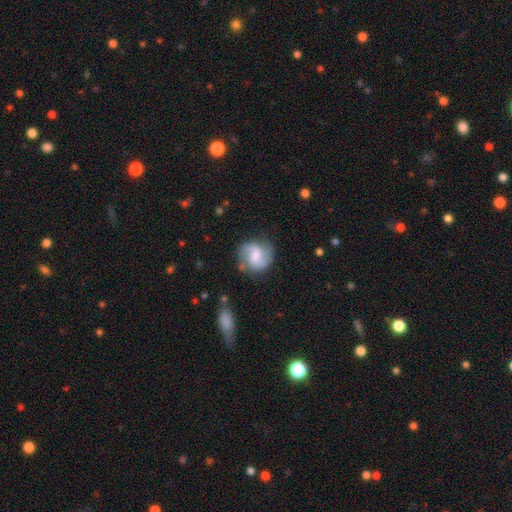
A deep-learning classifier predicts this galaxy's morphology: smooth-or-featured: featured or disk: 69% | smooth: 25% | star or artifact: 6%
  disk-edge-on: no: 98% | yes: 2%
    bar: weak: 55% | no: 28% | strong: 17%
    has-spiral-arms: yes: 93% | no: 7%
      spiral-winding: medium: 48% | loose: 36% | tight: 16%
      spiral-arm-count: 2: 89% | can't tell: 5% | 1: 3% | 3: 1% | 4: 1% | more than 4: 1%
    bulge-size: moderate: 42% | small: 33% | none: 14% | large: 9% | dominant: 2%
  merging: none: 77% | minor disturbance: 15% | major disturbance: 6% | merger: 2%